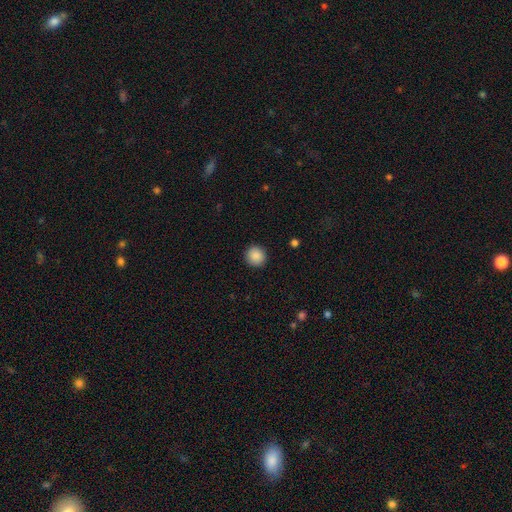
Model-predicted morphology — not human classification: Overall: smooth (88%). How rounded: round (92%). Merging: none (92%).